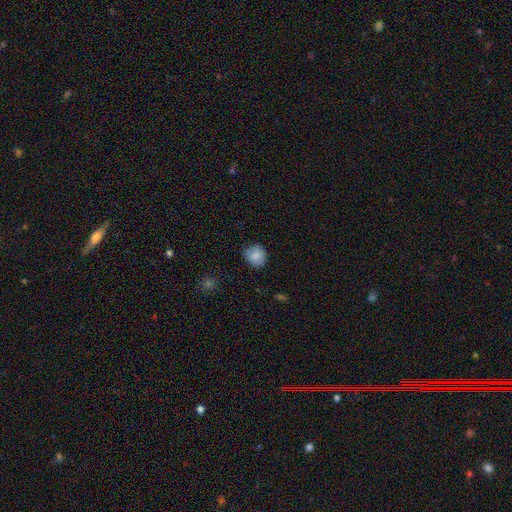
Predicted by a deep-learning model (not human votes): smooth-or-featured: smooth: 84% | star or artifact: 8% | featured or disk: 8%
  how-rounded: round: 73% | in between: 26% | cigar-shaped: 1%
  merging: none: 75% | minor disturbance: 20% | major disturbance: 4% | merger: 1%